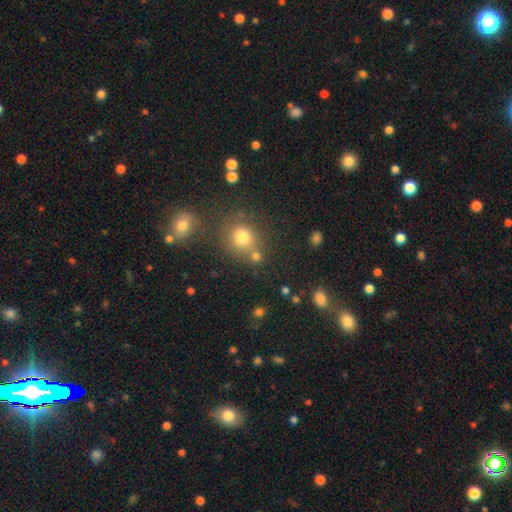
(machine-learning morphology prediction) Smooth or featured?
  - smooth: 71% *
  - star or artifact: 20%
  - featured or disk: 9%
How rounded?
  - round: 80% *
  - in between: 18%
  - cigar-shaped: 2%
Merging?
  - none: 63% *
  - merger: 22%
  - minor disturbance: 10%
  - major disturbance: 5%